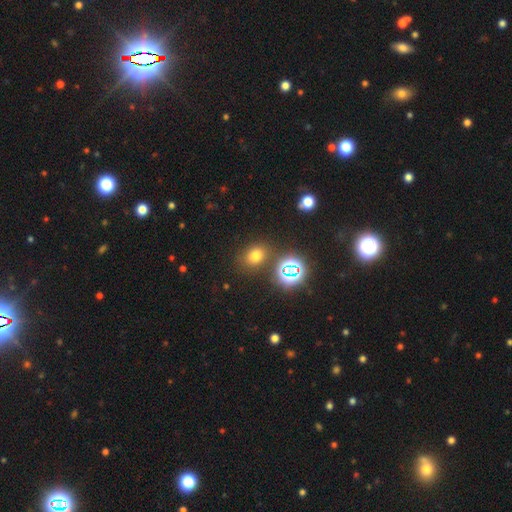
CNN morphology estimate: Q: Smooth or featured?
A: smooth (66%); runner-up: star or artifact (26%)
Q: How rounded?
A: round (53%); runner-up: in between (45%)
Q: Merging?
A: none (79%); runner-up: minor disturbance (11%)